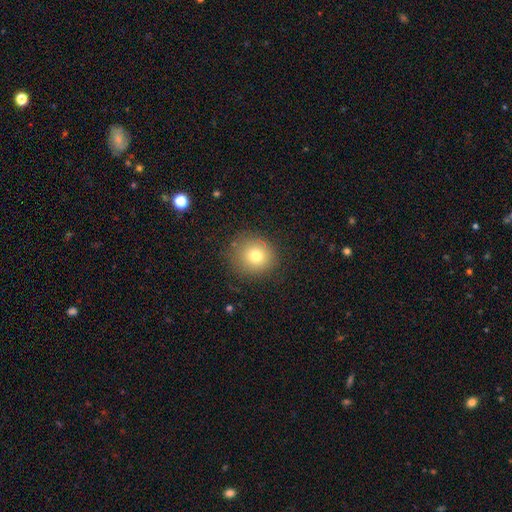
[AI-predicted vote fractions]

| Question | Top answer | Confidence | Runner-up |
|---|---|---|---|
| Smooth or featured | smooth | 76% | star or artifact (13%) |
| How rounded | round | 88% | in between (11%) |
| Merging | none | 84% | minor disturbance (11%) |